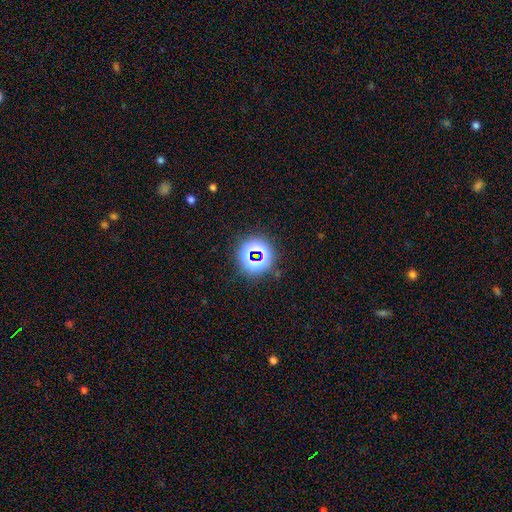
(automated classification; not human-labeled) Smooth or featured: star or artifact — 64% (smooth — 26%)